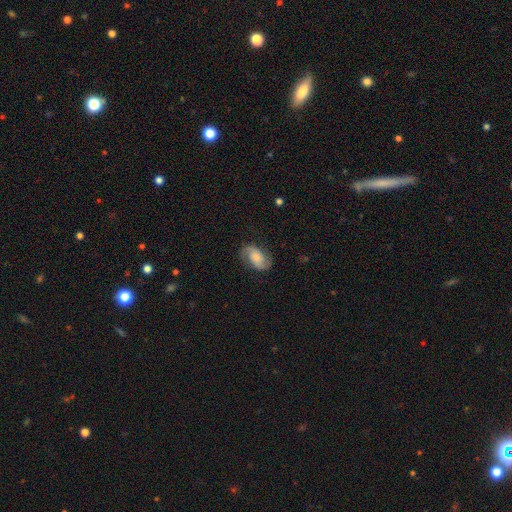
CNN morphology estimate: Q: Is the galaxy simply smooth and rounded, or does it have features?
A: featured or disk — 61%.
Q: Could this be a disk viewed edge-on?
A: no — 96%.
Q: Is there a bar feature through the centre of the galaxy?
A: no — 58%.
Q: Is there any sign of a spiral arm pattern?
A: yes — 91%.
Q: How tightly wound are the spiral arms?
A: medium — 42%.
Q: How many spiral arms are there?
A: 2 — 87%.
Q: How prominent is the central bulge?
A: moderate — 44%.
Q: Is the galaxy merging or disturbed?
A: none — 76%.